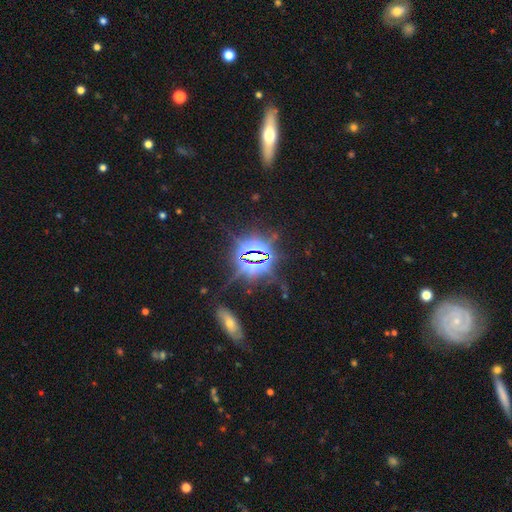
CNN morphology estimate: Smooth or featured?
  - star or artifact: 72% *
  - featured or disk: 15%
  - smooth: 13%